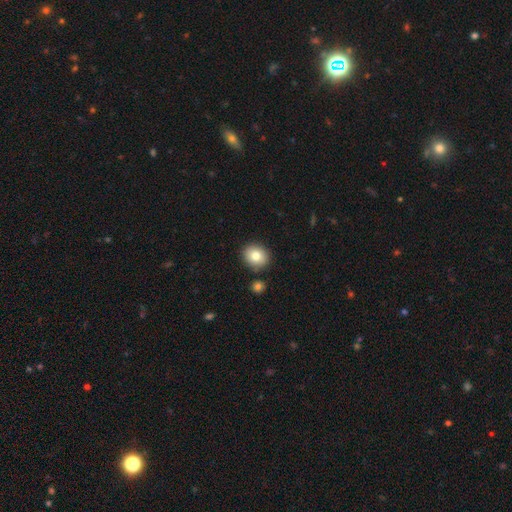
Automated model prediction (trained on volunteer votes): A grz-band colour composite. It shows a smooth galaxy with no disk features (80%) that is round (73%). Merging: none (85%).